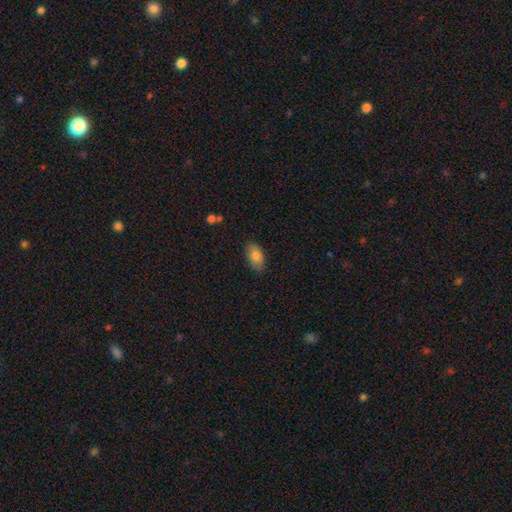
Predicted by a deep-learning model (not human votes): smooth 83%, featured or disk 10%, star or artifact 7%. Down the decision tree: how rounded — in between (93%); merging — none (82%).